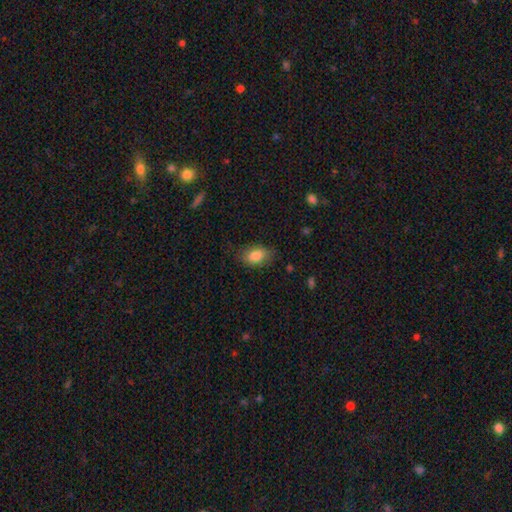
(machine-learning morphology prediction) Smooth or featured? Predicted: smooth (p=0.84). How rounded? Predicted: in between (p=0.87). Merging? Predicted: none (p=0.79).